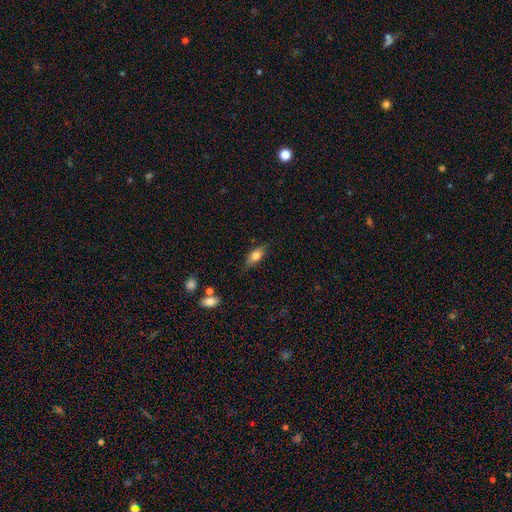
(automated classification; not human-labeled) Smooth or featured? smooth (73%)
How rounded? in between (80%)
Merging? none (72%)